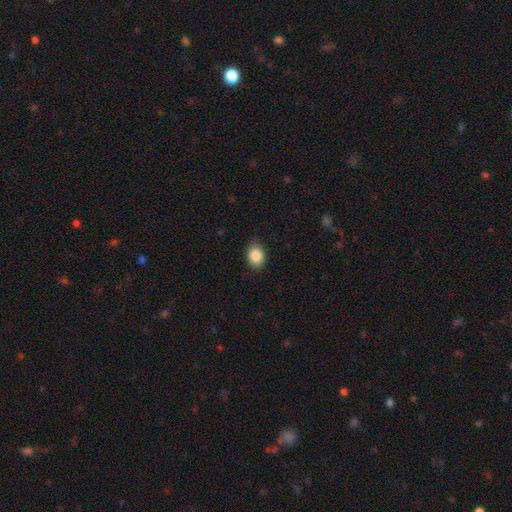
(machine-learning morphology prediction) Q: Smooth or featured?
A: smooth (87%); runner-up: star or artifact (8%)
Q: How rounded?
A: in between (74%); runner-up: round (25%)
Q: Merging?
A: none (86%); runner-up: minor disturbance (11%)